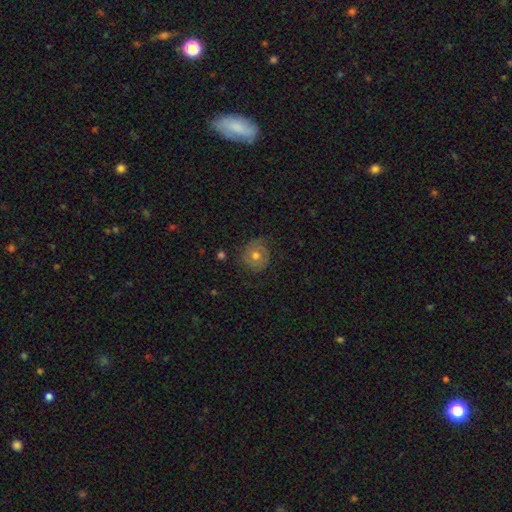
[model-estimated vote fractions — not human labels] This is possibly a smooth galaxy (45%). Merging: likely none (76%).